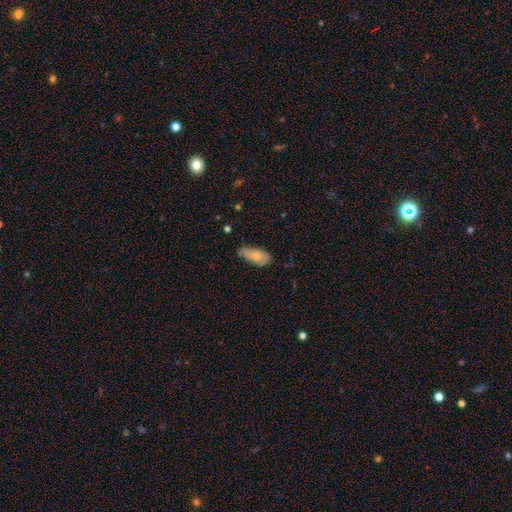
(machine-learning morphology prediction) This is likely a smooth galaxy (76%). How rounded: clearly in between (86%). Merging: possibly none (54%).